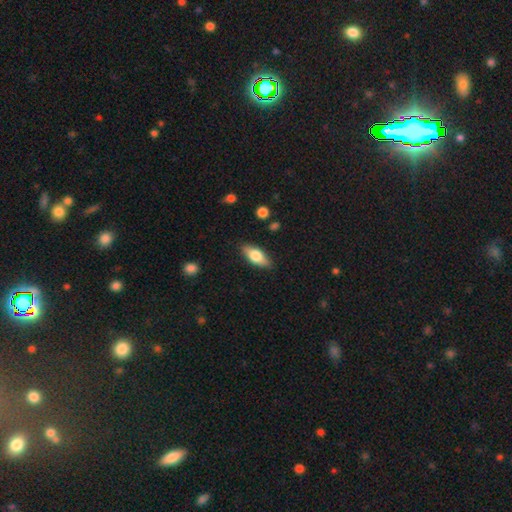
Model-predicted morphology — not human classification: type=smooth (66%); roundness=in between (79%); merging=none (86%).